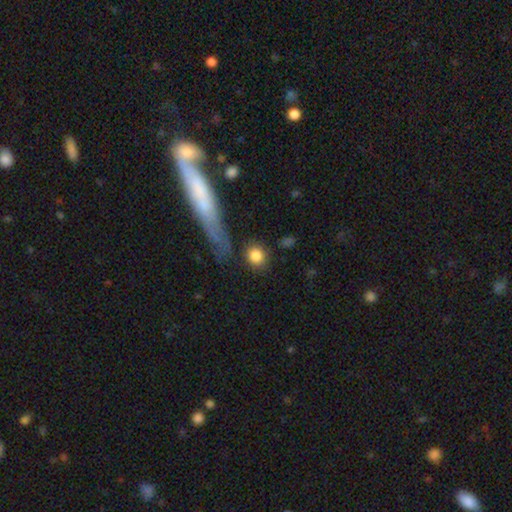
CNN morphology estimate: smooth_or_featured: smooth (p=0.84) [alt: star or artifact p=0.08]
how_rounded: round (p=0.78) [alt: in between p=0.19]
merging: none (p=0.78) [alt: minor disturbance p=0.11]